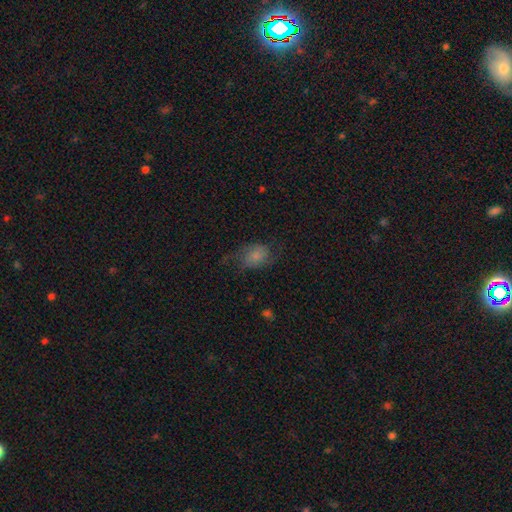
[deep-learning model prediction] The model was most divided on "merging": none: 53%, minor disturbance: 26%, major disturbance: 19%, merger: 2%. More confident: how rounded — in between (78%); smooth or featured — smooth (60%).